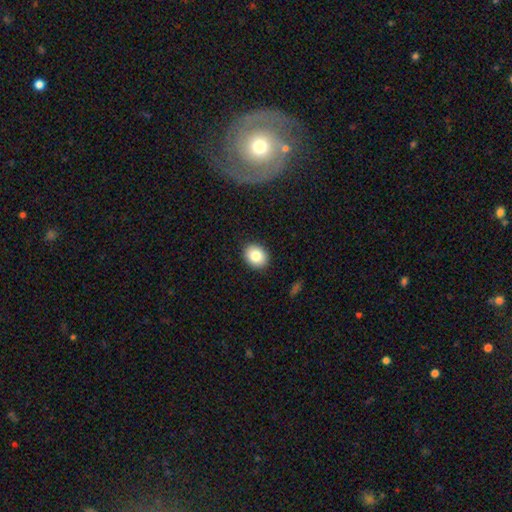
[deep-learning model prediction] Overall: smooth (84%). How rounded: round (54%; in between 45%). Merging: none (90%).